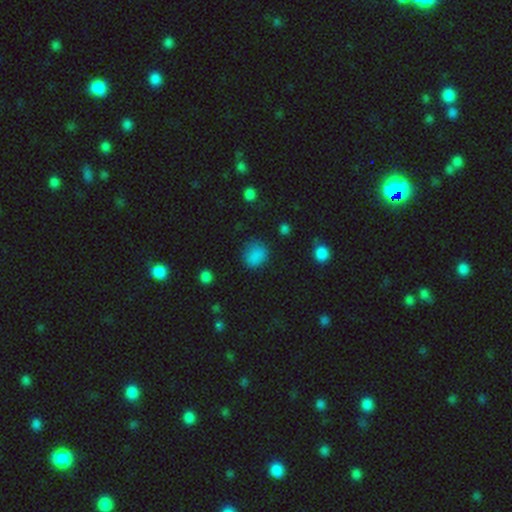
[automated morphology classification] A smooth galaxy with no disk features (82%) that is round (64%). Merging: none (75%).